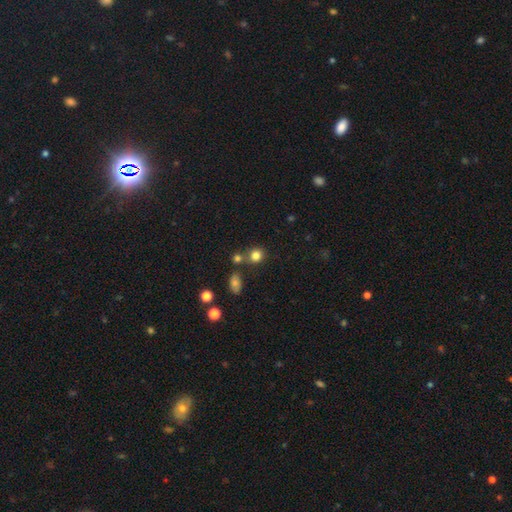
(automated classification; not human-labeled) Smooth or featured? Predicted: smooth (p=0.81). How rounded? Predicted: round (p=0.77). Merging? Predicted: none (p=0.63).